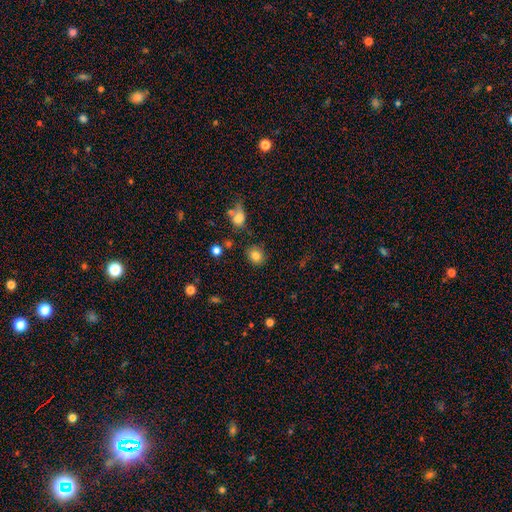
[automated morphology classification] A smooth galaxy with no disk features (83%) that is round (65%). Merging: none (81%).